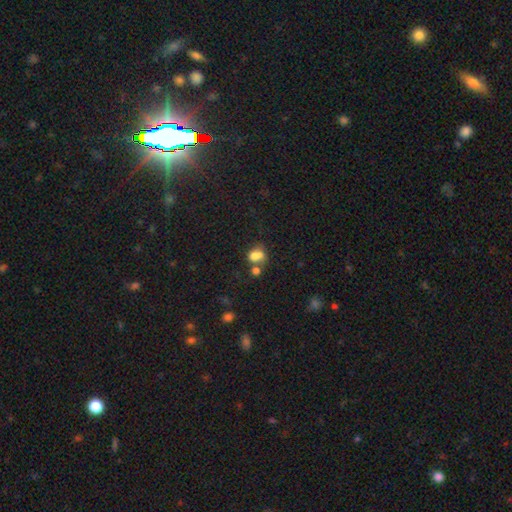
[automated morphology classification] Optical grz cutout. It shows a smooth galaxy with no disk features (76%) that is in between round and cigar-shaped (62%). Merging: merger (39%).